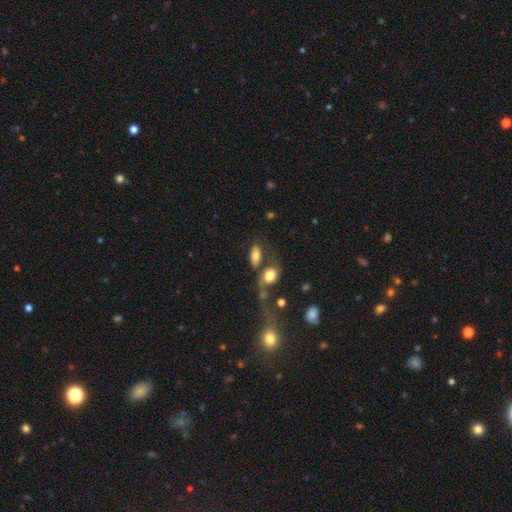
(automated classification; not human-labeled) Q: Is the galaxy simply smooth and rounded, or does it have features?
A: smooth — 75%.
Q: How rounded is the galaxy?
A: in between — 87%.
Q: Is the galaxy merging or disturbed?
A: none — 41%.